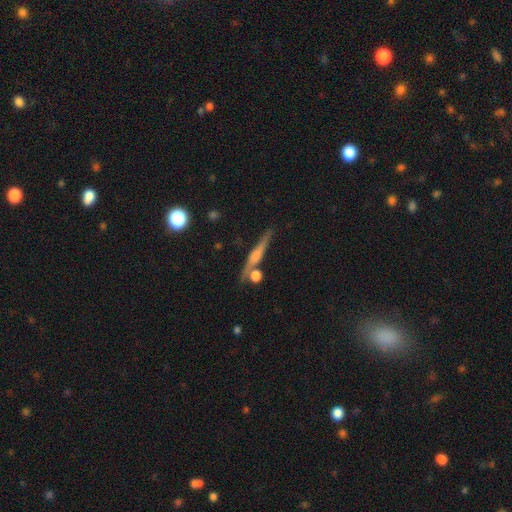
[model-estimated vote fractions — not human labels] This is likely a featured or disk galaxy (62%). It is clearly viewed edge-on (94%). Edge-on bulge: possibly rounded (51%). Merging: likely none (73%).